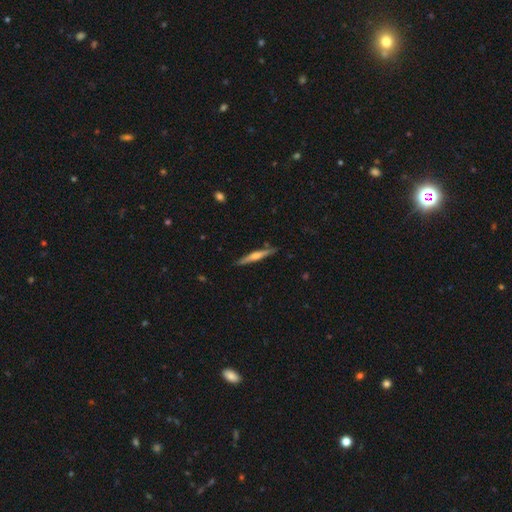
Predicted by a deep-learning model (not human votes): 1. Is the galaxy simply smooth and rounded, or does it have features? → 53% featured or disk, 41% smooth, 6% star or artifact.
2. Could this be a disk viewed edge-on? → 96% yes, 4% no.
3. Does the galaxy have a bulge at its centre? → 60% rounded, 23% none, 17% boxy.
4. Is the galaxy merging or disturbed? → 85% none, 11% minor disturbance, 2% major disturbance, 2% merger.